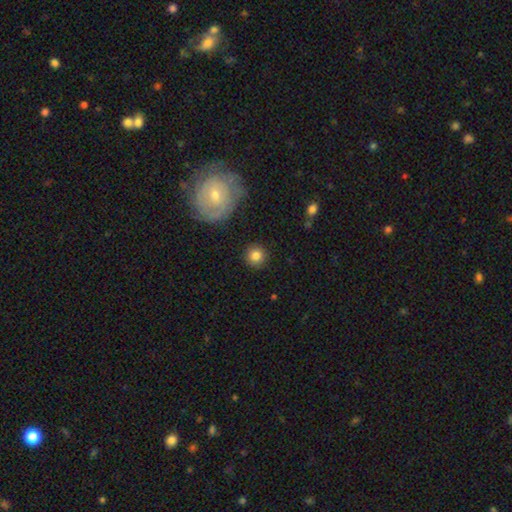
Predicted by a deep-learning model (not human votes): smooth_or_featured: smooth (p=0.83) [alt: star or artifact p=0.09]
how_rounded: round (p=0.94) [alt: in between p=0.05]
merging: none (p=0.90) [alt: minor disturbance p=0.06]